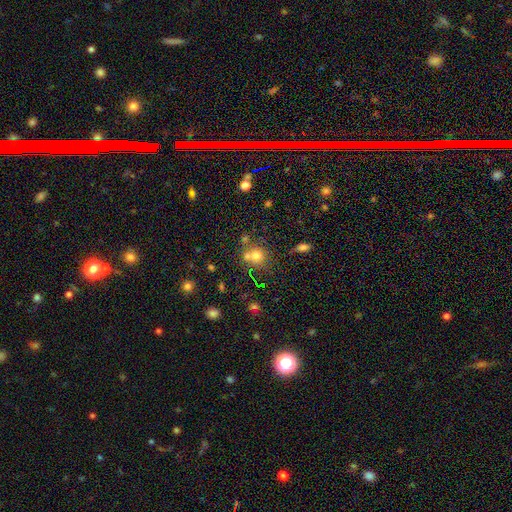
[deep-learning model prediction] This is likely a smooth galaxy (69%). How rounded: clearly round (85%). Merging: possibly none (55%).